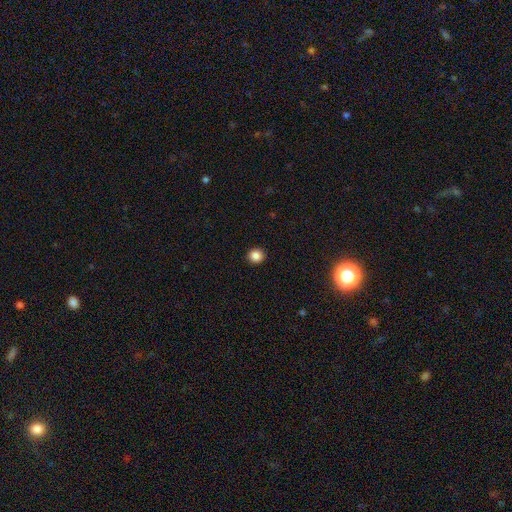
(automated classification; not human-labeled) This appears to be a smooth galaxy with no disk features (86%) that is round (93%). Merging: none (93%).